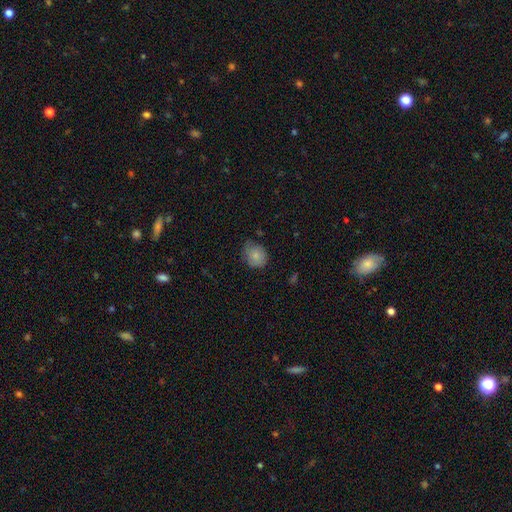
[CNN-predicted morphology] Smooth or featured? smooth (81%)
How rounded? round (63%)
Merging? none (62%)